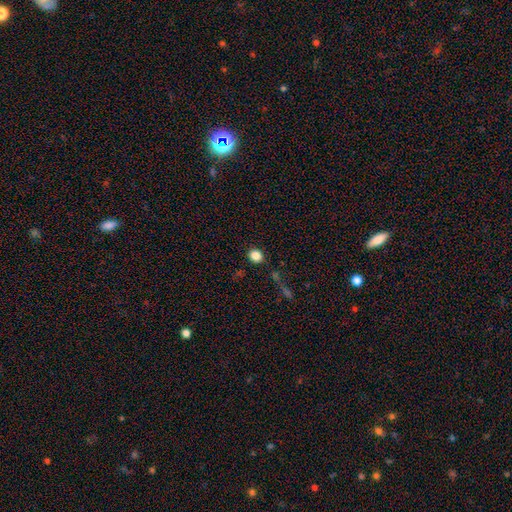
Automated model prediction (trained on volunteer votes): smooth_or_featured: smooth (p=0.84) [alt: star or artifact p=0.12]
how_rounded: round (p=0.78) [alt: in between p=0.21]
merging: none (p=0.86) [alt: minor disturbance p=0.08]